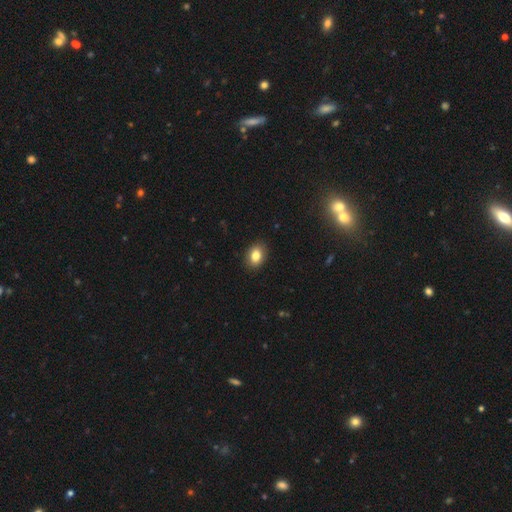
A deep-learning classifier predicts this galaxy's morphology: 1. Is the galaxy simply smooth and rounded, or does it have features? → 83% smooth, 9% star or artifact, 8% featured or disk.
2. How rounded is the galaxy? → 74% in between, 25% round, 1% cigar-shaped.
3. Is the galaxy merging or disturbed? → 89% none, 8% minor disturbance, 2% major disturbance, 1% merger.